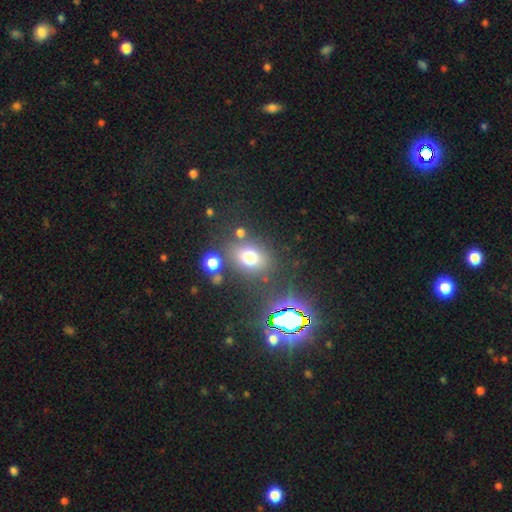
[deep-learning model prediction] Smooth or featured? smooth (64%)
How rounded? in between (56%)
Merging? none (75%)